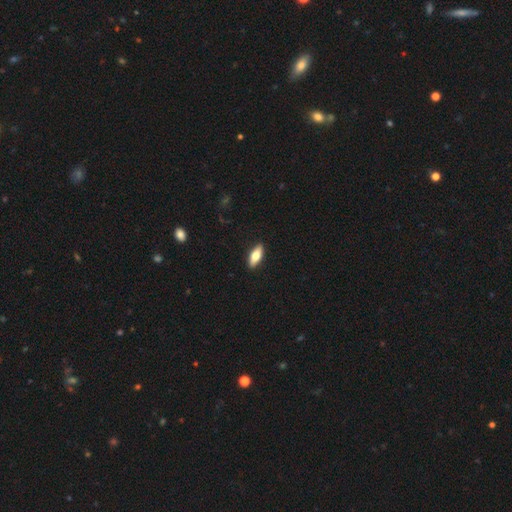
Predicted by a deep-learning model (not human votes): This is likely a smooth galaxy (64%). How rounded: likely in between (70%). Merging: clearly none (90%).